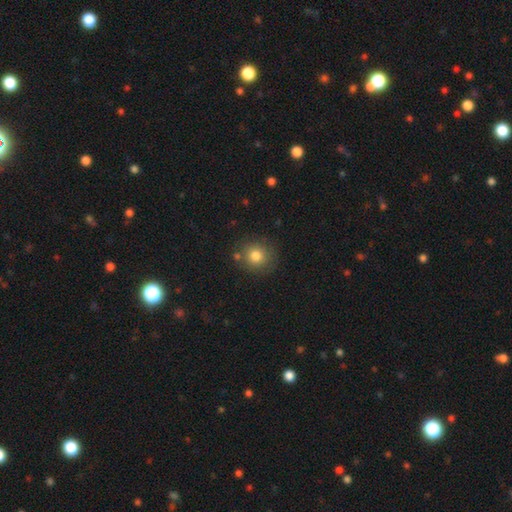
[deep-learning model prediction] A smooth galaxy with no disk features (80%) that is round (88%).

Vote fractions:
- Smooth or featured? smooth: 80% / star or artifact: 11% / featured or disk: 9%
- How rounded? round: 88% / in between: 11% / cigar-shaped: 1%
- Merging? none: 81% / minor disturbance: 10% / merger: 5% / major disturbance: 3%